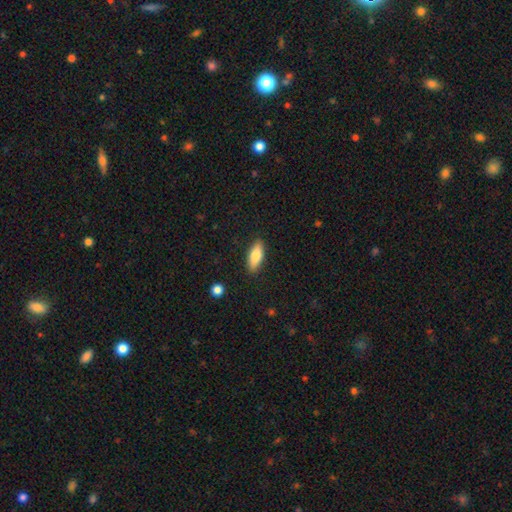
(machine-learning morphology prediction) type=smooth (76%); roundness=in between (73%); merging=none (89%).